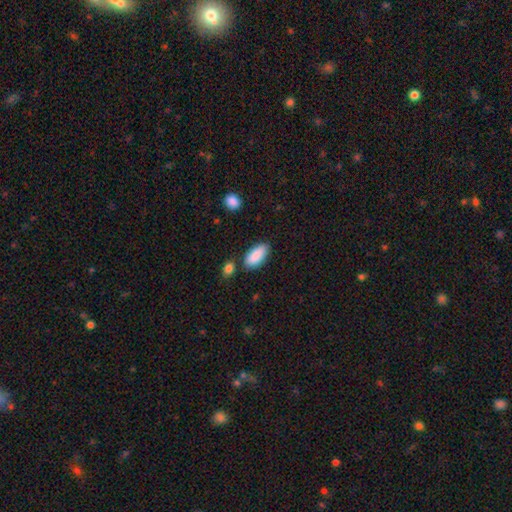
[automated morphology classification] Smooth or featured: smooth — 89% (star or artifact — 6%)
How rounded: in between — 89% (cigar-shaped — 9%)
Merging: none — 77% (minor disturbance — 13%)